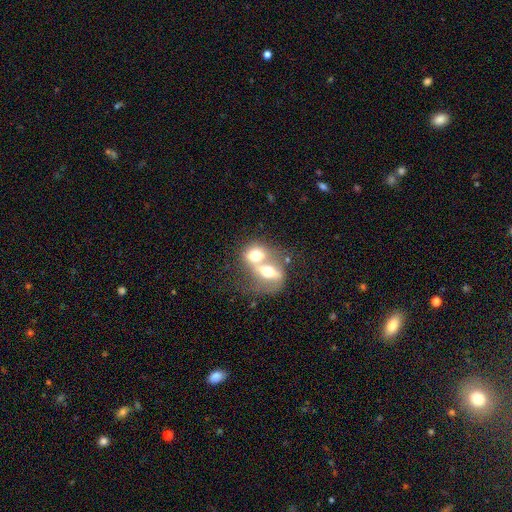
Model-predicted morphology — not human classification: type=smooth (57%); roundness=in between (65%); merging=merger (78%).